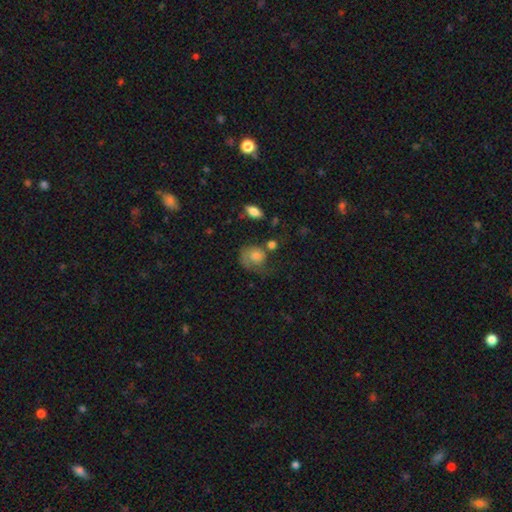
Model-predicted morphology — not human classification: Q: Smooth or featured?
A: smooth (54%); runner-up: featured or disk (36%)
Q: How rounded?
A: round (64%); runner-up: in between (35%)
Q: Merging?
A: none (38%); runner-up: major disturbance (34%)